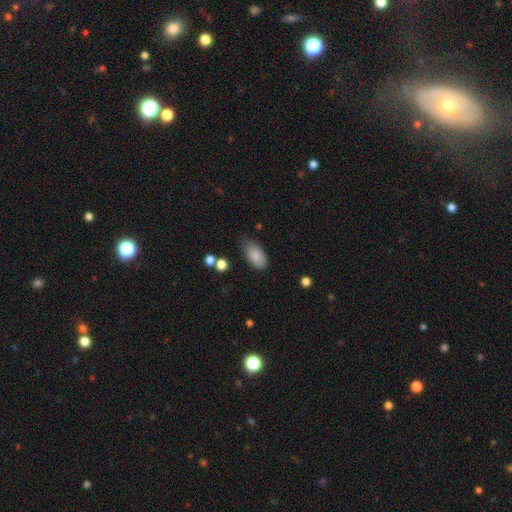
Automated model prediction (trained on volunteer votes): The model was most divided on "merging": none: 64%, minor disturbance: 28%, major disturbance: 6%, merger: 2%. More confident: how rounded — in between (93%); smooth or featured — smooth (84%).